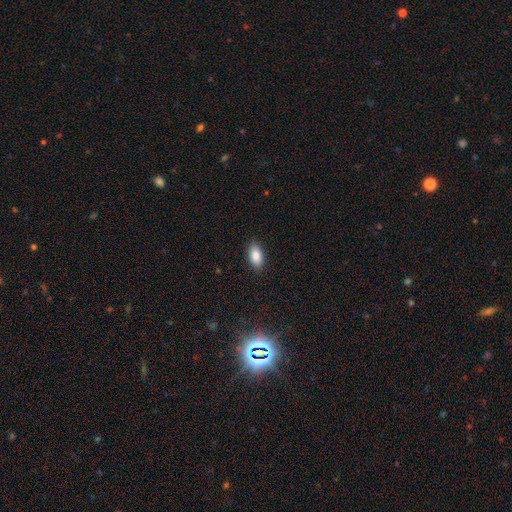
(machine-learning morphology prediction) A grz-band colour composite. It shows a smooth galaxy with no disk features (86%) that is in between round and cigar-shaped (91%). Merging: none (88%).